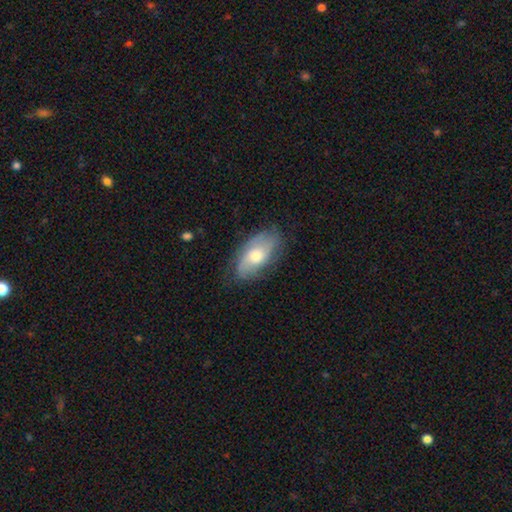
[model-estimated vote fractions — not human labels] Smooth or featured?
  - smooth: 47% *
  - featured or disk: 46%
  - star or artifact: 7%
Merging?
  - none: 69% *
  - minor disturbance: 23%
  - major disturbance: 7%
  - merger: 1%